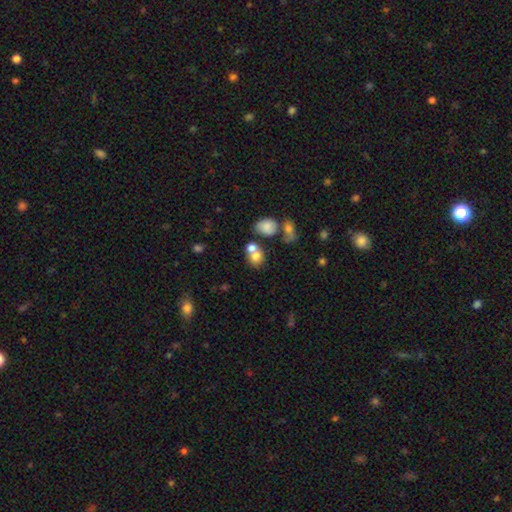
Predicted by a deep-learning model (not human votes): Smooth or featured: smooth — 74% (featured or disk — 14%)
How rounded: round — 63% (in between — 36%)
Merging: merger — 47% (none — 39%)